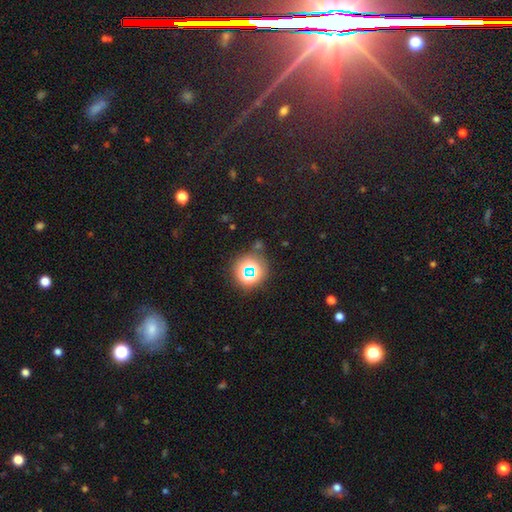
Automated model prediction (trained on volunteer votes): Q: Smooth or featured?
A: star or artifact (59%); runner-up: smooth (31%)